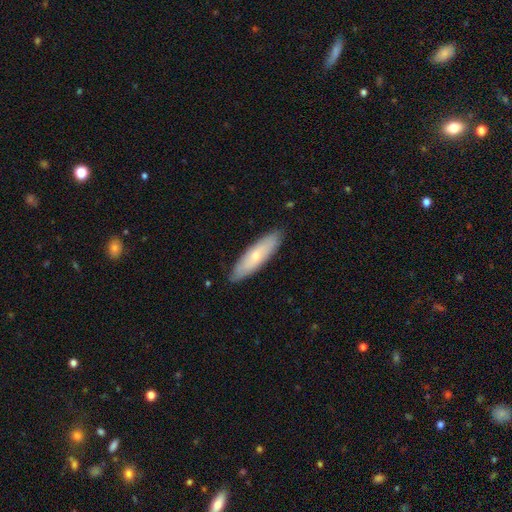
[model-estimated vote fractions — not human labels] A smooth galaxy with no disk features (57%) that is cigar-shaped (65%).

Vote fractions:
- Smooth or featured? smooth: 57% / featured or disk: 37% / star or artifact: 6%
- How rounded? cigar-shaped: 65% / in between: 34% / round: 2%
- Merging? none: 86% / minor disturbance: 11% / major disturbance: 2% / merger: 1%